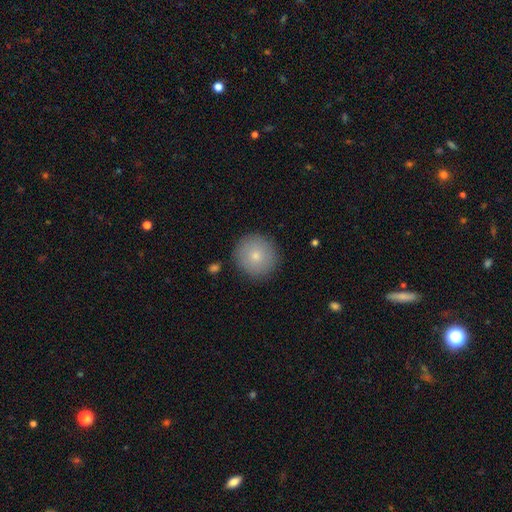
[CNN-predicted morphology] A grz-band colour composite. It shows a smooth galaxy with no disk features (78%) that is round (94%). Merging: none (88%).